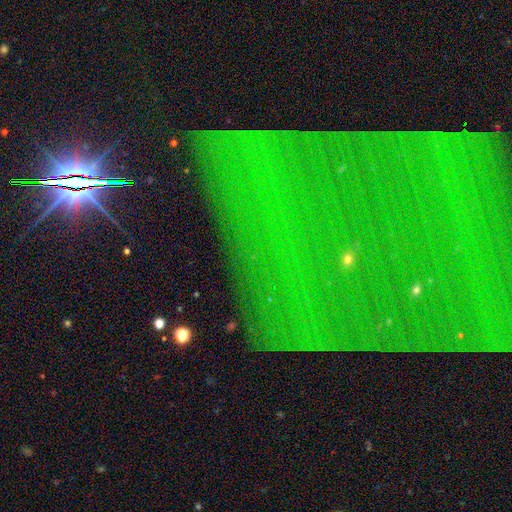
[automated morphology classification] Q: Smooth or featured?
A: star or artifact (86%); runner-up: featured or disk (8%)